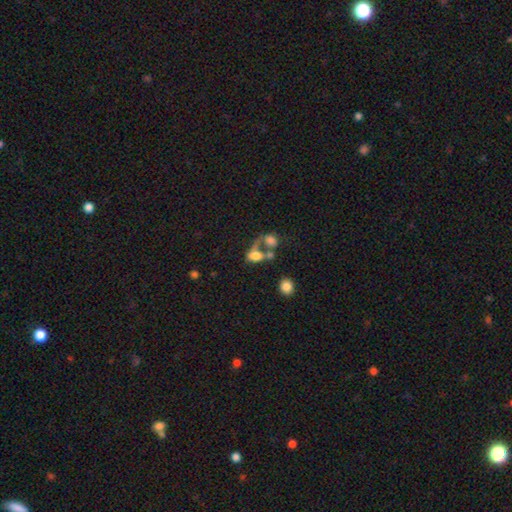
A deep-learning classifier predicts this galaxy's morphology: A smooth galaxy with no disk features (66%) that is in between round and cigar-shaped (76%). Merging: merger (52%).